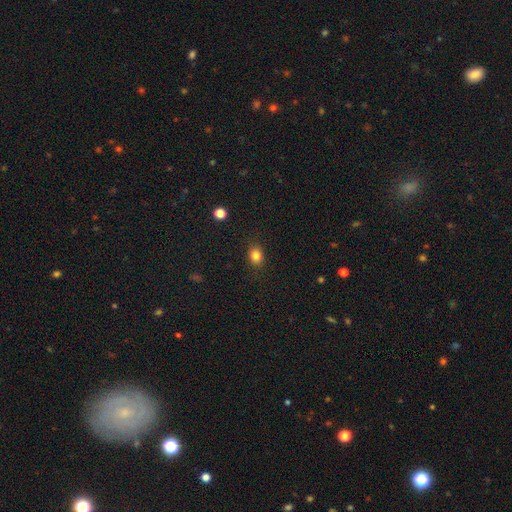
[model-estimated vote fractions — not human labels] smooth 83%, star or artifact 11%, featured or disk 6%. Down the decision tree: how rounded — in between (50%); merging — none (87%).